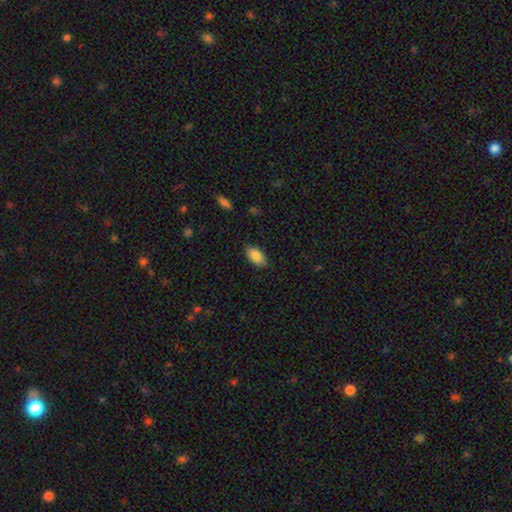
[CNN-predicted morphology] The model was most divided on "merging": none: 85%, minor disturbance: 12%, major disturbance: 2%, merger: 1%. More confident: how rounded — in between (92%); smooth or featured — smooth (86%).